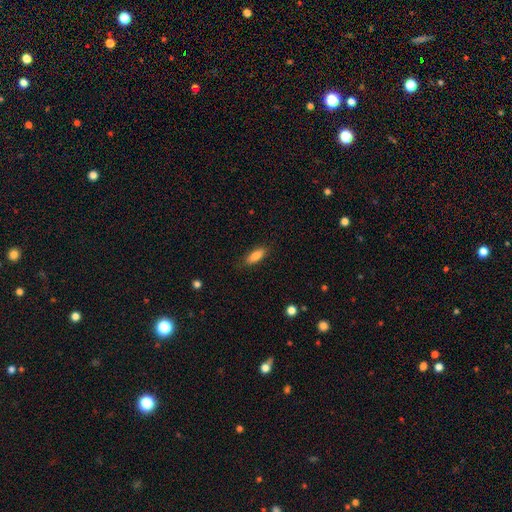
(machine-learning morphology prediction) A smooth galaxy with no disk features (84%) that is in between round and cigar-shaped (67%). Merging: none (84%).